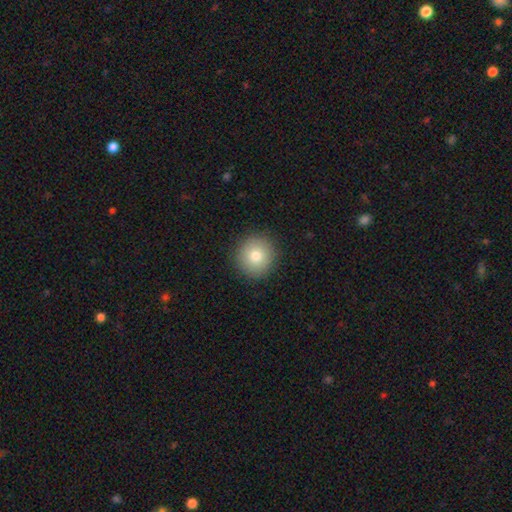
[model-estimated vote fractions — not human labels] A smooth galaxy with no disk features (79%) that is round (93%). Merging: none (91%).